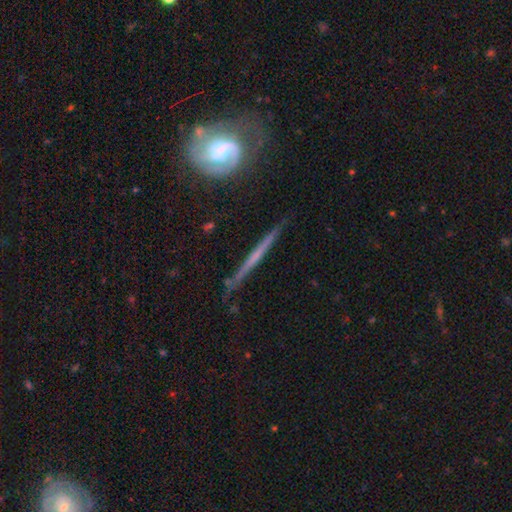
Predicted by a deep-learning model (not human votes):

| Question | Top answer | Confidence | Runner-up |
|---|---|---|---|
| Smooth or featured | featured or disk | 72% | smooth (22%) |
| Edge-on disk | yes | 92% | no (8%) |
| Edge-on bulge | none | 74% | rounded (19%) |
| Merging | none | 81% | minor disturbance (13%) |